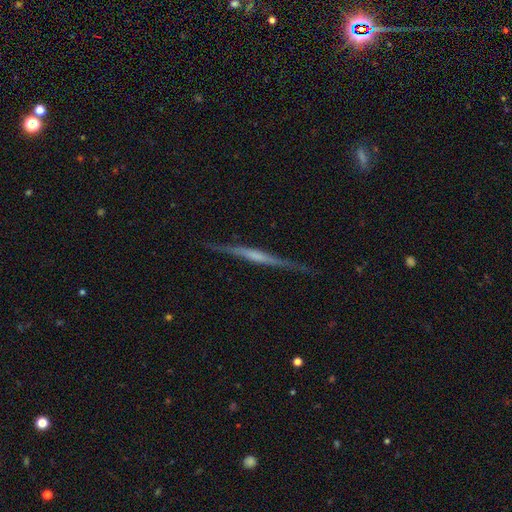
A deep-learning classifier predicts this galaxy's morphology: featured or disk 73%, smooth 21%, star or artifact 6%. Down the decision tree: edge-on disk — yes (97%); edge-on bulge — none (46%); merging — none (86%).